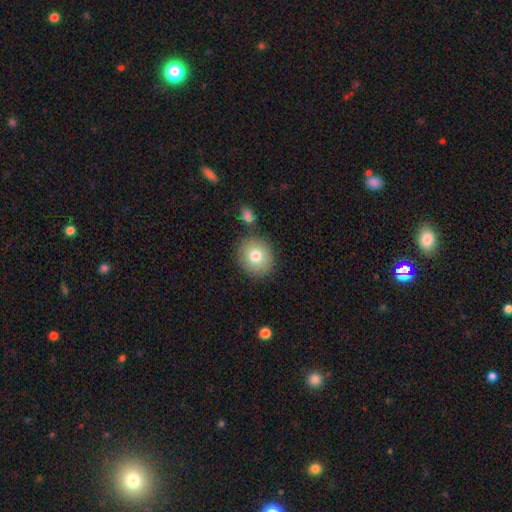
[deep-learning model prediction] Q: Smooth or featured?
A: smooth (78%); runner-up: featured or disk (12%)
Q: How rounded?
A: round (86%); runner-up: in between (14%)
Q: Merging?
A: none (82%); runner-up: minor disturbance (9%)